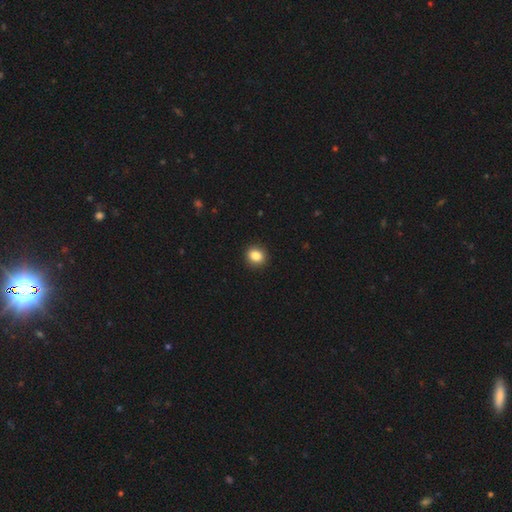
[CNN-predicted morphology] Overall: smooth (85%). How rounded: round (79%). Merging: none (92%).